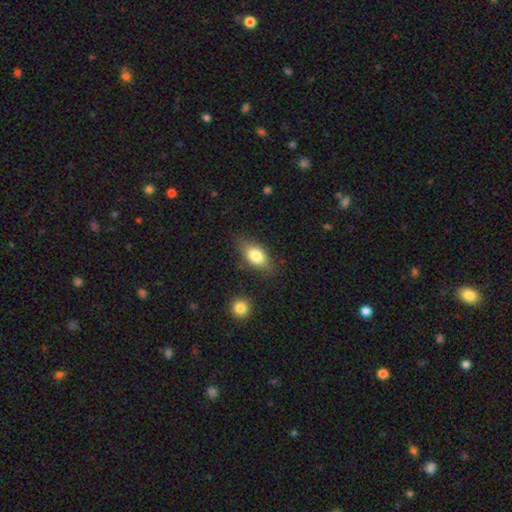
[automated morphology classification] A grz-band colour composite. It shows a smooth galaxy with no disk features (76%) that is in between round and cigar-shaped (85%). Merging: none (73%).